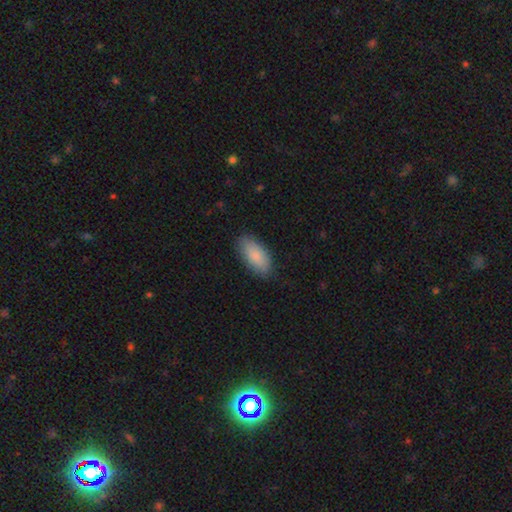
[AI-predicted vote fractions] This appears to be a smooth galaxy with no disk features (88%) that is in between round and cigar-shaped (90%). Merging: none (85%).